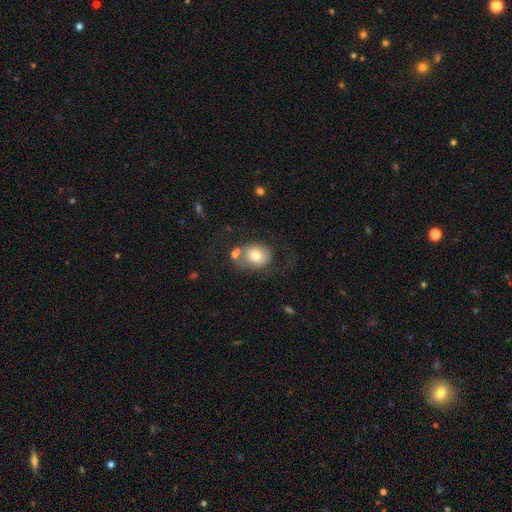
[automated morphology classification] smooth 71%, featured or disk 21%, star or artifact 9%. Down the decision tree: how rounded — round (59%); merging — none (46%).